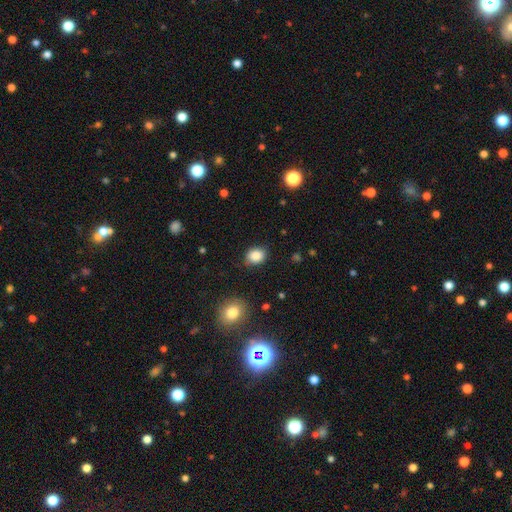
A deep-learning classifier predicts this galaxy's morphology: This appears to be a smooth galaxy with no disk features (88%) that is in between round and cigar-shaped (52%). Merging: none (82%).